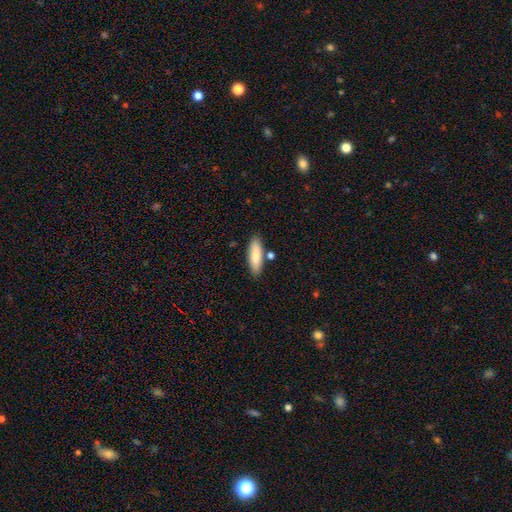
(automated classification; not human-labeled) Smooth or featured: smooth — 81% (featured or disk — 13%)
How rounded: in between — 51% (cigar-shaped — 48%)
Merging: none — 81% (minor disturbance — 11%)